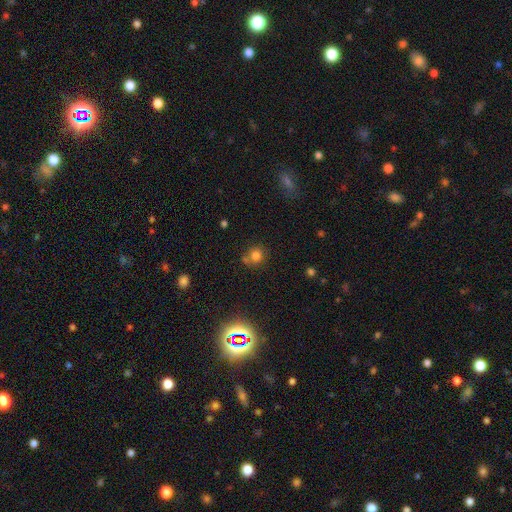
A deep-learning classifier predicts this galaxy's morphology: This is likely a smooth galaxy (76%). How rounded: clearly round (86%). Merging: likely none (66%).